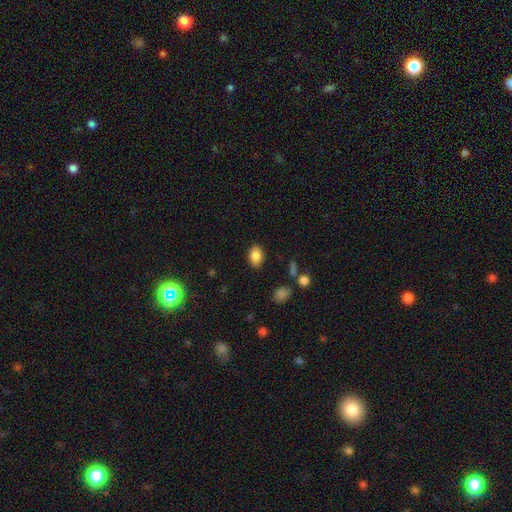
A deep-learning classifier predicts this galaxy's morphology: The model was most divided on "how rounded": in between: 84%, round: 15%, cigar-shaped: 1%. More confident: merging — none (86%); smooth or featured — smooth (85%).